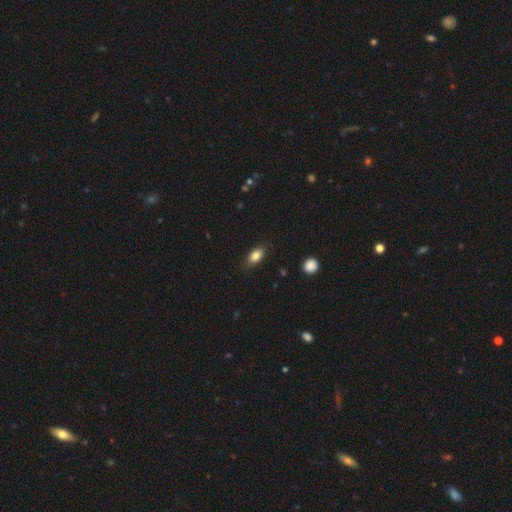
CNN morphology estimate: The model was most divided on "merging": none: 83%, minor disturbance: 13%, major disturbance: 3%, merger: 1%. More confident: how rounded — in between (85%); smooth or featured — smooth (84%).